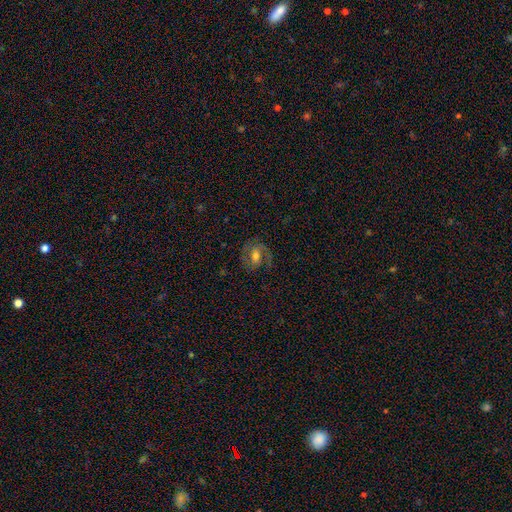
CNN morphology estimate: A featured or disk galaxy (58%) with no bar (44%), spiral arms (81%) and a moderate central bulge (68%).

Vote fractions:
- Smooth or featured? featured or disk: 58% / smooth: 33% / star or artifact: 9%
- Edge-on disk? no: 96% / yes: 4%
- Bar? no: 44% / weak: 41% / strong: 15%
- Spiral arms? yes: 81% / no: 19%
- Bulge size? moderate: 68% / large: 16% / small: 13% / none: 2% / dominant: 1%
- Merging? none: 71% / minor disturbance: 17% / major disturbance: 10% / merger: 1%